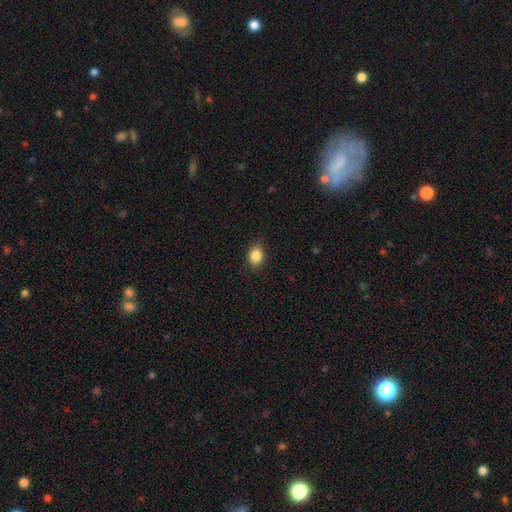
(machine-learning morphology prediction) smooth 86%, star or artifact 9%, featured or disk 5%. Down the decision tree: how rounded — in between (62%); merging — none (85%).